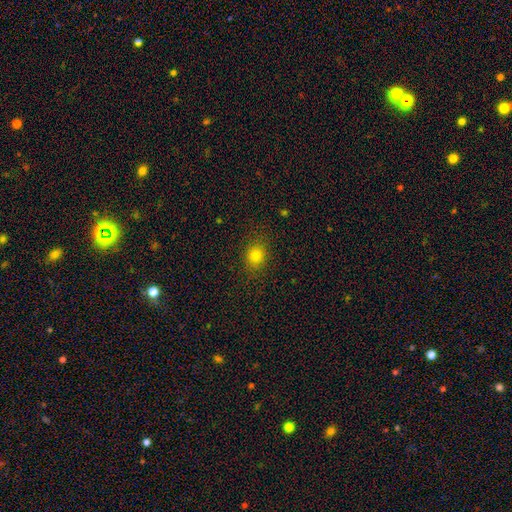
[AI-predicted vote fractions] Morphology: type=smooth (80%); roundness=round (63%); merging=none (86%).